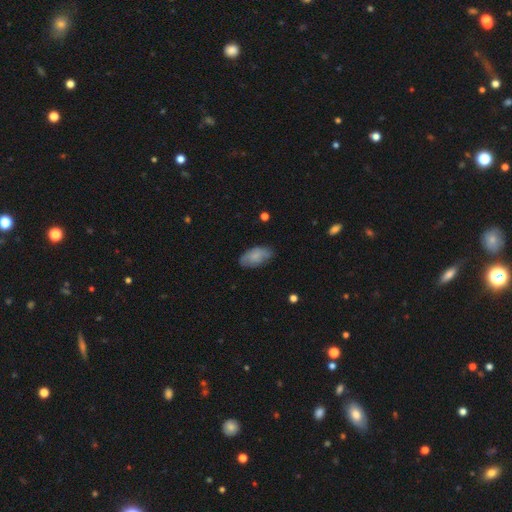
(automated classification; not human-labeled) smooth 77%, featured or disk 17%, star or artifact 7%. Down the decision tree: how rounded — in between (94%); merging — none (71%).